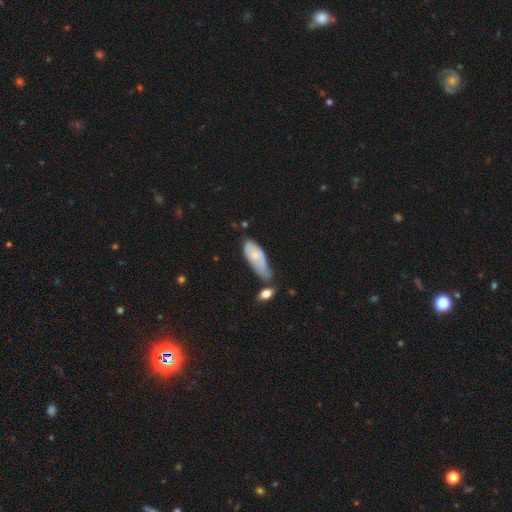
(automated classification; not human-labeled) A smooth galaxy with no disk features (63%) that is in between round and cigar-shaped (75%). Merging: minor disturbance (36%).